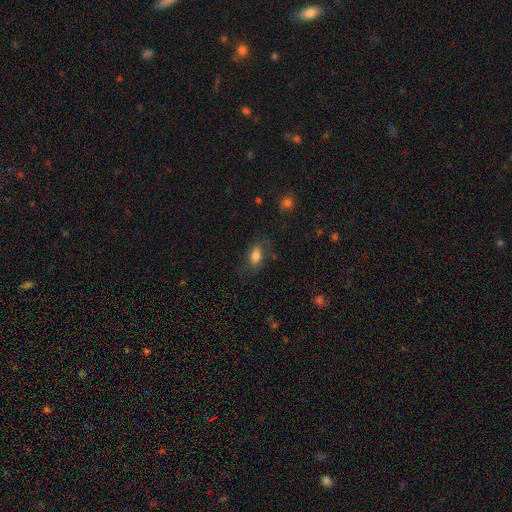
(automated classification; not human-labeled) Smooth or featured? smooth (77%)
How rounded? in between (85%)
Merging? none (73%)